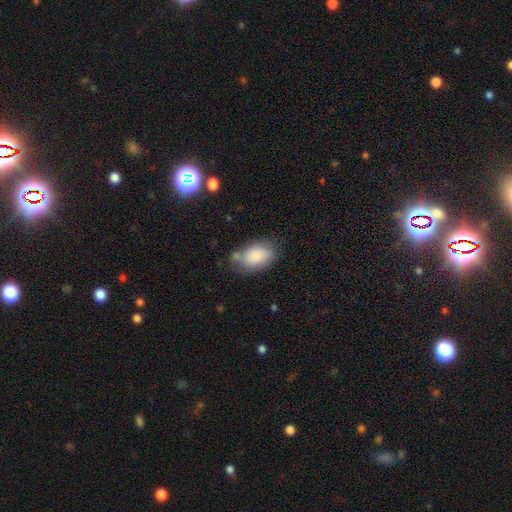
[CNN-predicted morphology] Smooth or featured? Predicted: smooth (p=0.82). How rounded? Predicted: in between (p=0.89). Merging? Predicted: none (p=0.57).